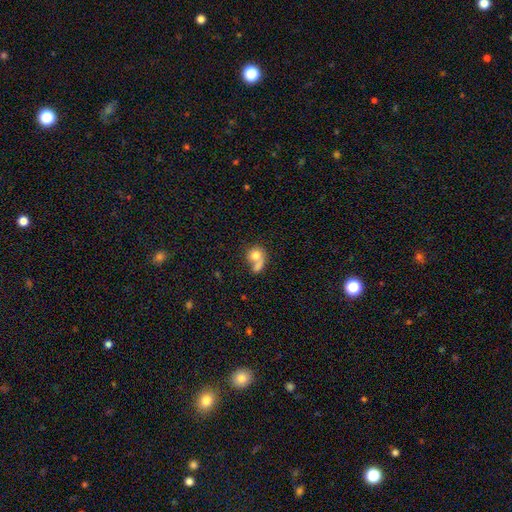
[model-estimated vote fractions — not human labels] A smooth galaxy with no disk features (74%) that is round (68%).

Vote fractions:
- Smooth or featured? smooth: 74% / featured or disk: 18% / star or artifact: 8%
- How rounded? round: 68% / in between: 30% / cigar-shaped: 1%
- Merging? merger: 53% / none: 26% / major disturbance: 11% / minor disturbance: 11%